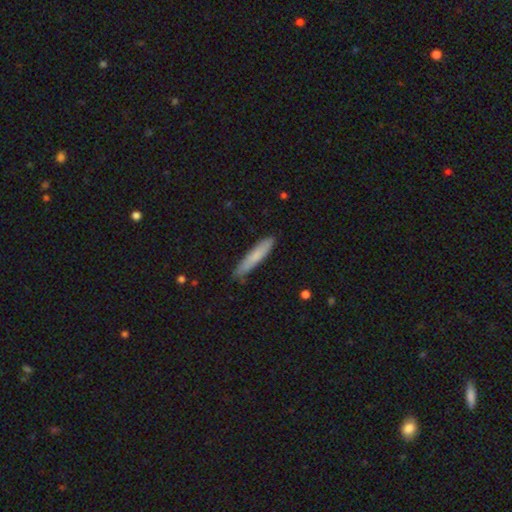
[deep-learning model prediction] smooth_or_featured: smooth (p=0.75) [alt: featured or disk p=0.20]
how_rounded: cigar-shaped (p=0.92) [alt: in between p=0.07]
merging: none (p=0.83) [alt: minor disturbance p=0.13]